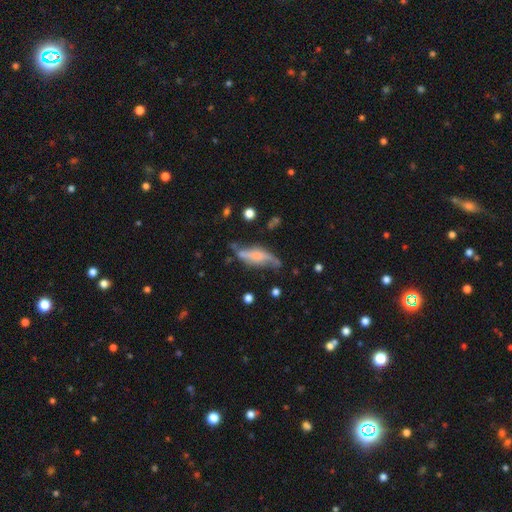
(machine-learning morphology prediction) smooth_or_featured: featured or disk (p=0.55) [alt: smooth p=0.37]
disk_edge_on: no (p=0.53) [alt: yes p=0.47]
merging: none (p=0.47) [alt: minor disturbance p=0.30]